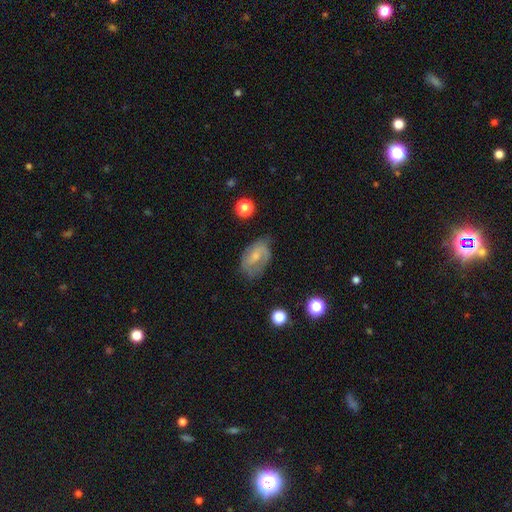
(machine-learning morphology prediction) Smooth or featured? Predicted: featured or disk (p=0.51). Edge-on disk? Predicted: no (p=0.95). Merging? Predicted: none (p=0.61).